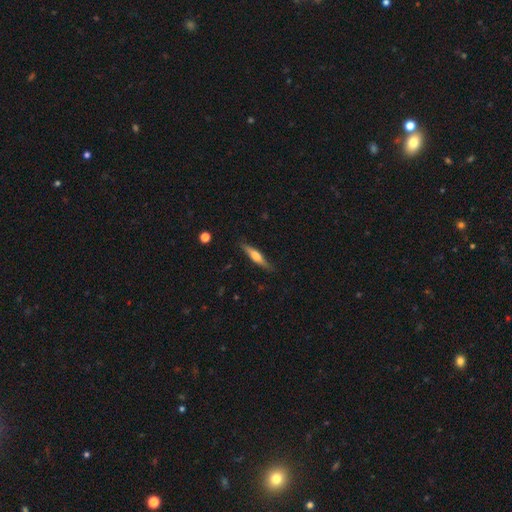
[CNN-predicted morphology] Q: Smooth or featured?
A: featured or disk (53%); runner-up: smooth (41%)
Q: Edge-on disk?
A: yes (95%); runner-up: no (5%)
Q: Edge-on bulge?
A: rounded (80%); runner-up: boxy (13%)
Q: Merging?
A: none (86%); runner-up: minor disturbance (11%)